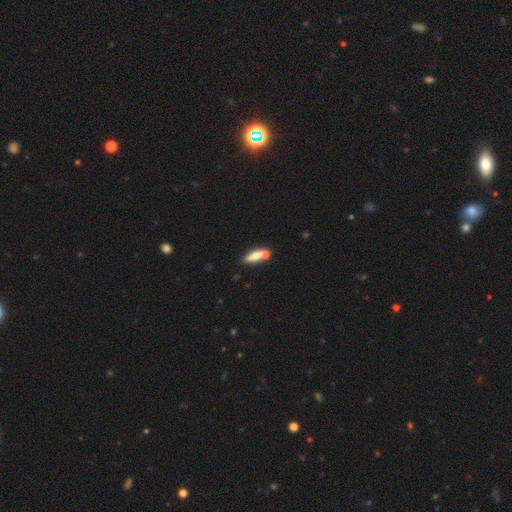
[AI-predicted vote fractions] Q: Smooth or featured?
A: smooth (71%); runner-up: featured or disk (22%)
Q: How rounded?
A: in between (52%); runner-up: cigar-shaped (45%)
Q: Merging?
A: none (47%); runner-up: merger (34%)